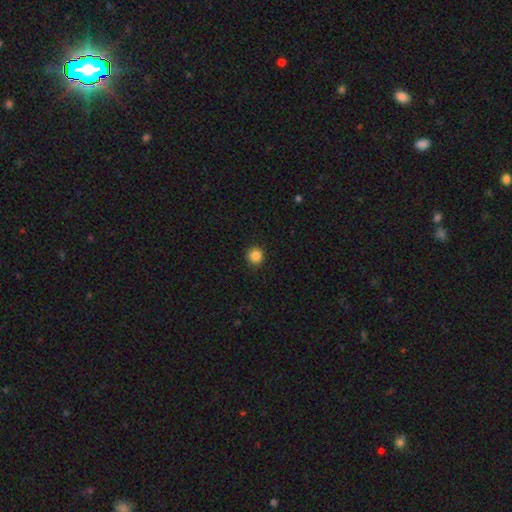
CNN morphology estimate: smooth-or-featured: smooth: 86% | star or artifact: 11% | featured or disk: 4%
  how-rounded: round: 93% | in between: 6% | cigar-shaped: 1%
  merging: none: 90% | minor disturbance: 7% | major disturbance: 2% | merger: 1%